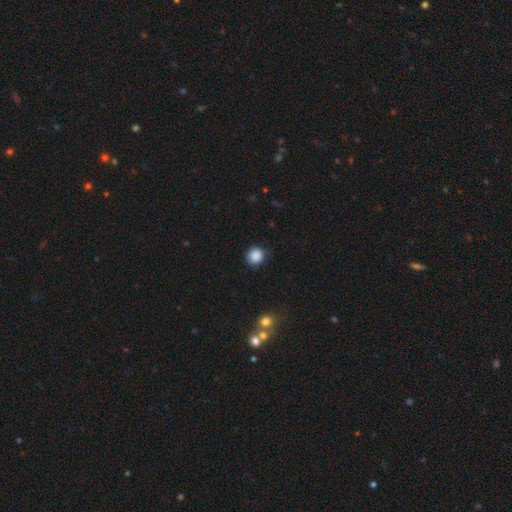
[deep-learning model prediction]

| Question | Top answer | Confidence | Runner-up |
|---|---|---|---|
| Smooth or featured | smooth | 87% | star or artifact (10%) |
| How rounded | round | 90% | in between (9%) |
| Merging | none | 86% | minor disturbance (10%) |